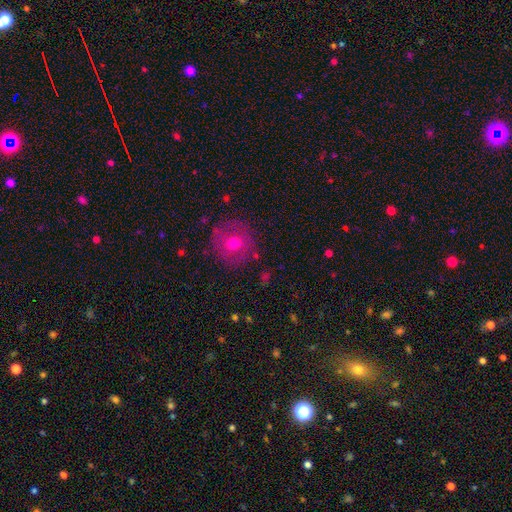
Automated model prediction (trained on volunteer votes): The model was most divided on "smooth or featured": smooth: 58%, featured or disk: 31%, star or artifact: 12%. More confident: how rounded — round (90%); merging — none (82%).